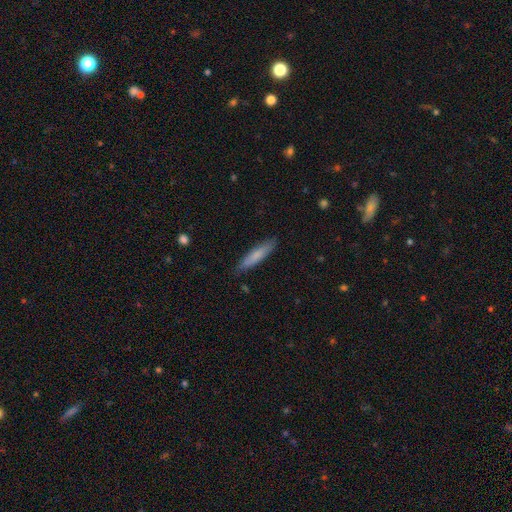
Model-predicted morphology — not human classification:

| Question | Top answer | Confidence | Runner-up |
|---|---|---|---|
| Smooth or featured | smooth | 75% | featured or disk (20%) |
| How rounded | cigar-shaped | 86% | in between (13%) |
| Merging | none | 87% | minor disturbance (10%) |